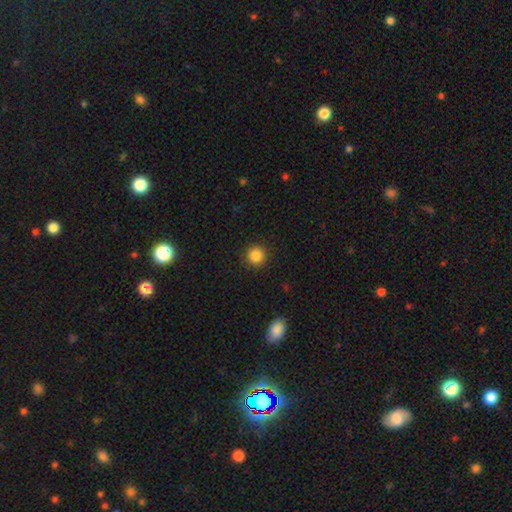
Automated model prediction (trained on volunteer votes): A smooth galaxy with no disk features (85%) that is round (95%). Merging: none (91%).